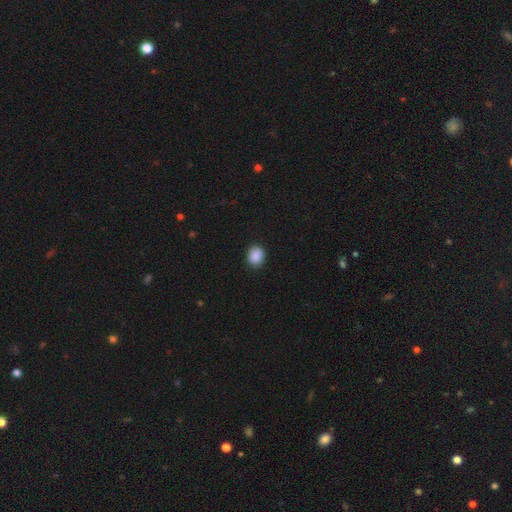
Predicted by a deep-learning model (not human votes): Smooth or featured?
  - smooth: 89% *
  - star or artifact: 8%
  - featured or disk: 2%
How rounded?
  - round: 61% *
  - in between: 38%
  - cigar-shaped: 1%
Merging?
  - none: 88% *
  - minor disturbance: 9%
  - major disturbance: 2%
  - merger: 1%